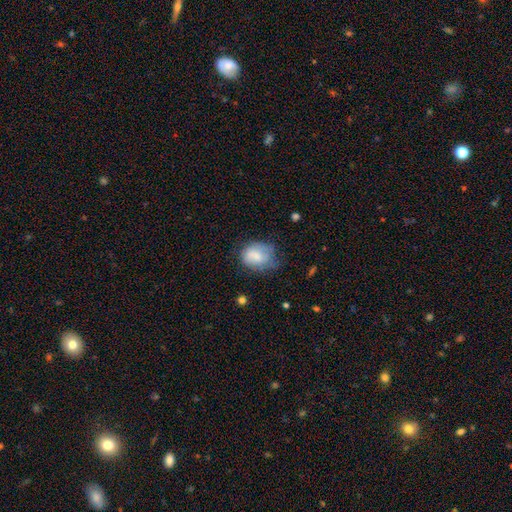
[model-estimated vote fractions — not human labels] This appears to be a smooth galaxy with no disk features (75%) that is in between round and cigar-shaped (56%). Merging: none (45%).